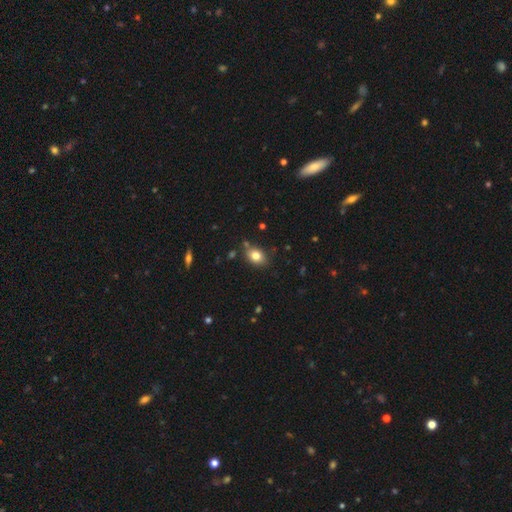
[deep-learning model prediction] Smooth or featured? Predicted: smooth (p=0.80). How rounded? Predicted: in between (p=0.69). Merging? Predicted: none (p=0.79).